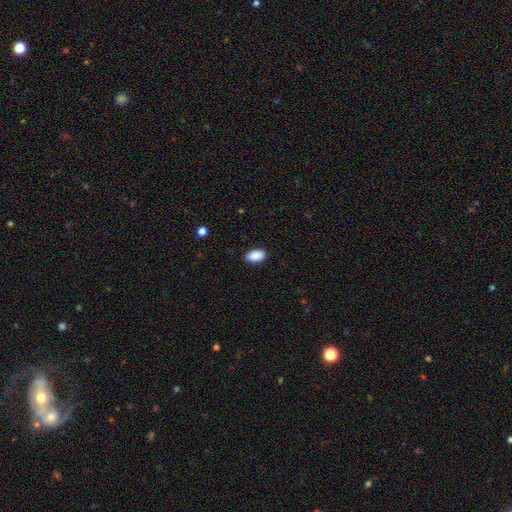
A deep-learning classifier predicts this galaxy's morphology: Overall: smooth (90%). How rounded: in between (93%). Merging: none (88%).